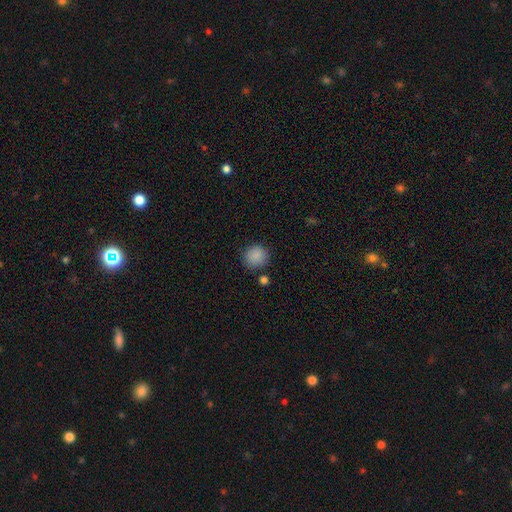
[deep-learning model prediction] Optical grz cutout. It shows a smooth galaxy with no disk features (87%) that is round (88%). Merging: none (79%).